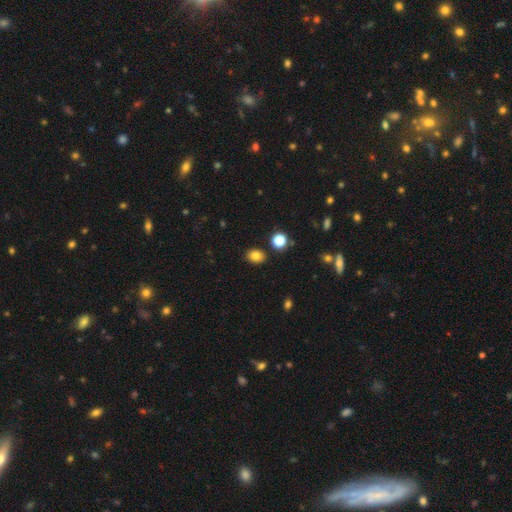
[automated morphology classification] type=smooth (81%); roundness=in between (56%); merging=none (87%).